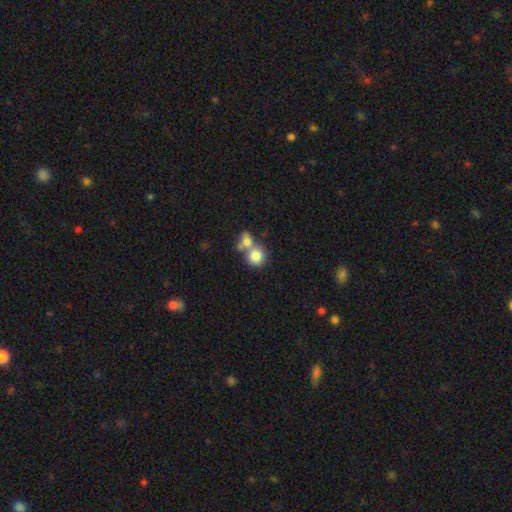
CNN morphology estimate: The model was most divided on "merging": merger: 57%, none: 33%, minor disturbance: 7%, major disturbance: 3%. More confident: how rounded — round (83%); smooth or featured — smooth (77%).